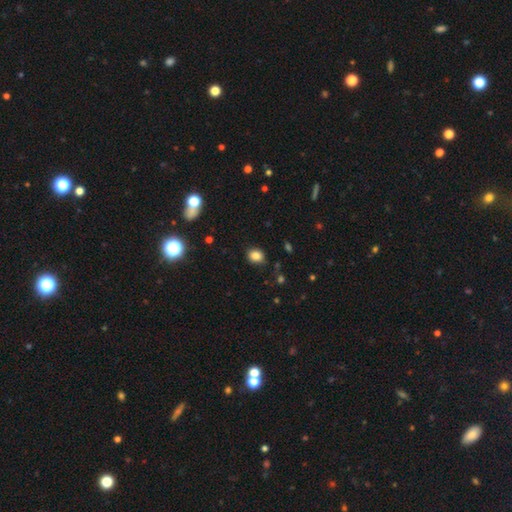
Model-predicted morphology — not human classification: smooth 83%, star or artifact 11%, featured or disk 5%. Down the decision tree: how rounded — round (56%); merging — none (84%).